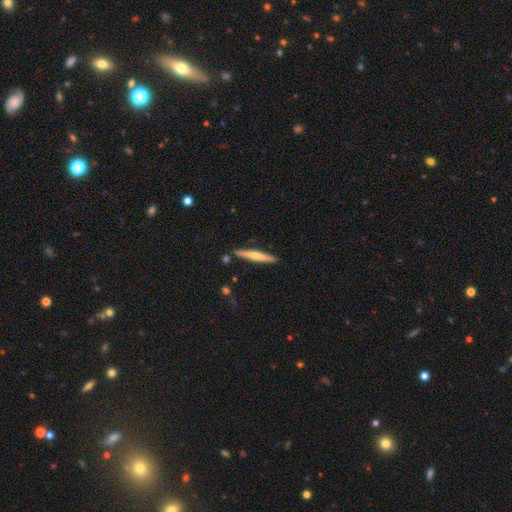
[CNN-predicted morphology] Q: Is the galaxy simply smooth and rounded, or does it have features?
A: smooth — 55%.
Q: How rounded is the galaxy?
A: cigar-shaped — 94%.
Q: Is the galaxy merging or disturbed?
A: none — 86%.